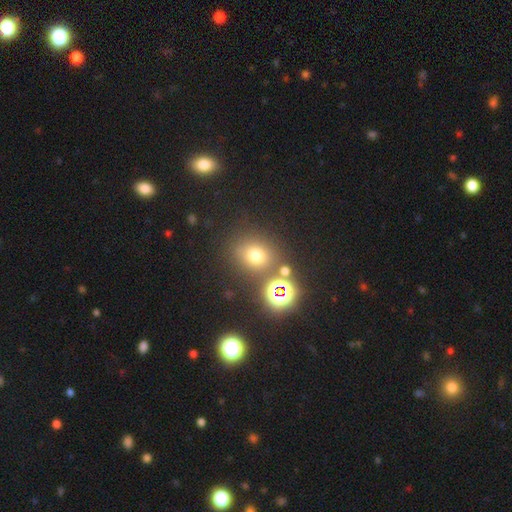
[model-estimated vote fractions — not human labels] Overall: smooth (64%; star or artifact 27%). How rounded: round (72%). Merging: none (74%).